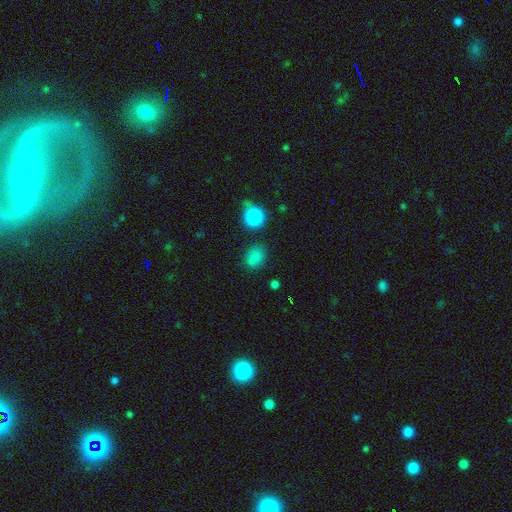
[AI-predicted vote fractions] Overall: smooth (75%). How rounded: in between (56%; round 42%). Merging: none (76%).